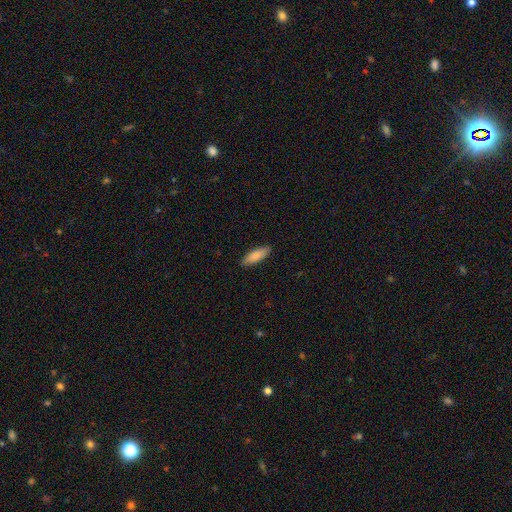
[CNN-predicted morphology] smooth-or-featured: smooth: 86% | featured or disk: 9% | star or artifact: 5%
  how-rounded: in between: 51% | cigar-shaped: 48% | round: 2%
  merging: none: 89% | minor disturbance: 8% | major disturbance: 2% | merger: 1%